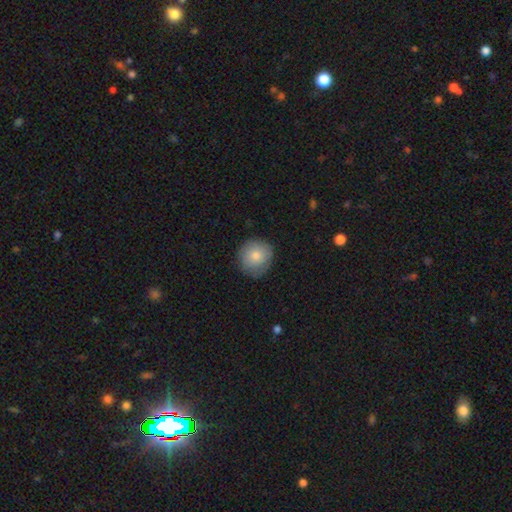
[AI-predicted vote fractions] smooth-or-featured: smooth: 80% | featured or disk: 13% | star or artifact: 7%
  how-rounded: round: 90% | in between: 9% | cigar-shaped: 1%
  merging: none: 82% | minor disturbance: 15% | major disturbance: 3% | merger: 1%